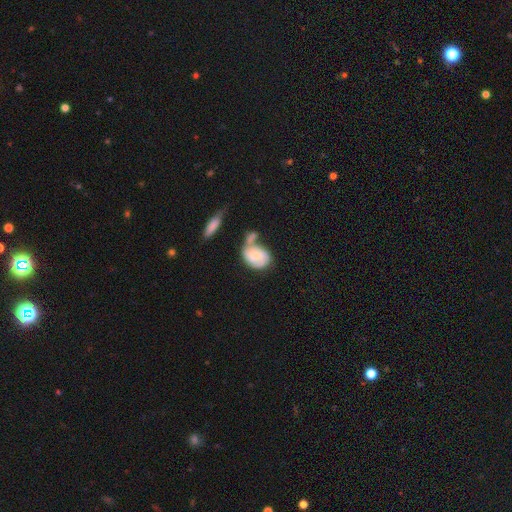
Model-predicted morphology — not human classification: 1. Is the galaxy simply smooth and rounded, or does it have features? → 52% featured or disk, 41% smooth, 7% star or artifact.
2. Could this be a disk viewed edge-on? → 97% no, 3% yes.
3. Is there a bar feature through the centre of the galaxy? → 65% no, 28% weak, 6% strong.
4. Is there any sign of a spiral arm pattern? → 78% yes, 22% no.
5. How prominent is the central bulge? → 45% small, 31% moderate, 17% none, 6% large, 2% dominant.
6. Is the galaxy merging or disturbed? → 39% merger, 23% none, 20% minor disturbance, 18% major disturbance.